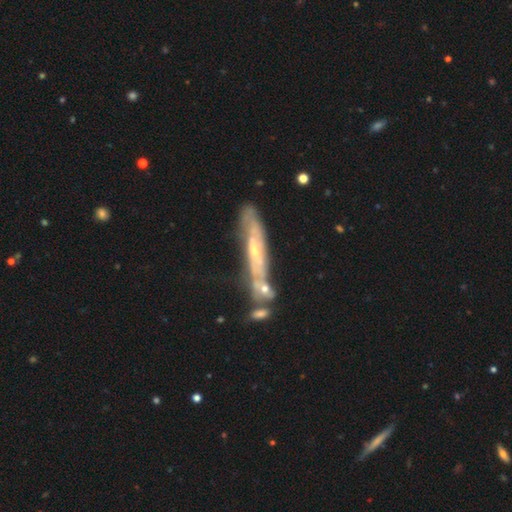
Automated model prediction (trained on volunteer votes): Overall: featured or disk (72%). Edge-on disk: yes (61%; no 39%). Merging: none (56%; merger 20%).